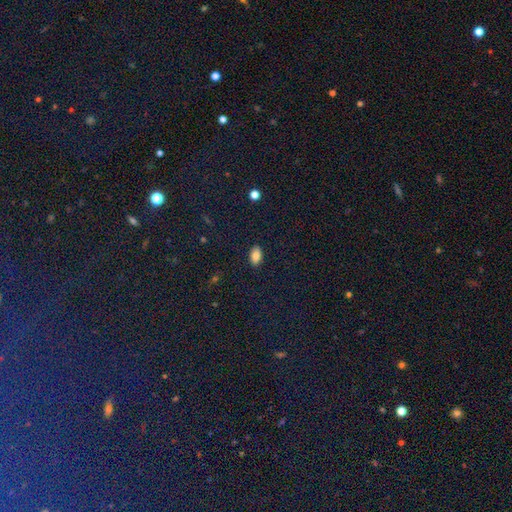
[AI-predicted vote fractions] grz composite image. It shows a smooth galaxy with no disk features (84%) that is in between round and cigar-shaped (93%). Merging: none (89%).